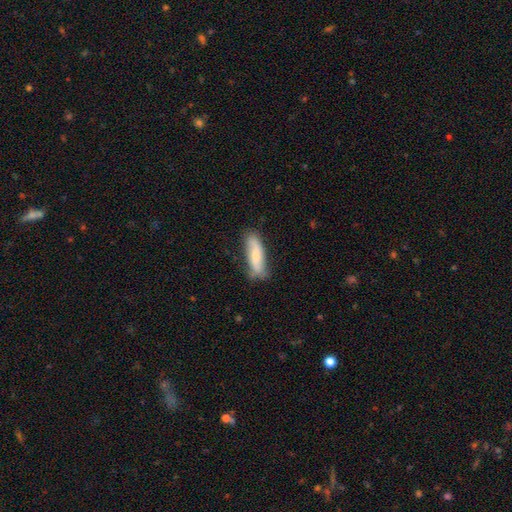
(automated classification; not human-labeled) Smooth or featured? Predicted: smooth (p=0.66). How rounded? Predicted: cigar-shaped (p=0.53). Merging? Predicted: none (p=0.70).